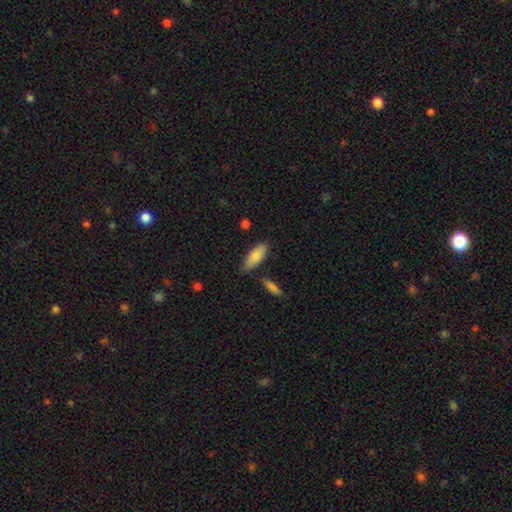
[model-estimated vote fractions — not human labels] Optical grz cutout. It shows a smooth galaxy with no disk features (79%) that is in between round and cigar-shaped (74%). Merging: none (75%).